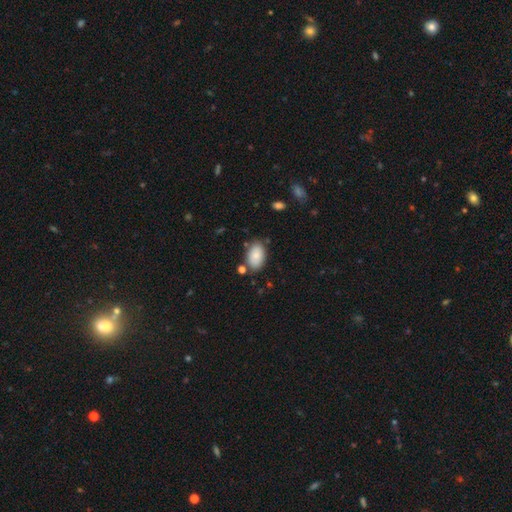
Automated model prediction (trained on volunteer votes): The model was most divided on "merging": none: 77%, minor disturbance: 15%, merger: 5%, major disturbance: 3%. More confident: how rounded — in between (93%); smooth or featured — smooth (83%).